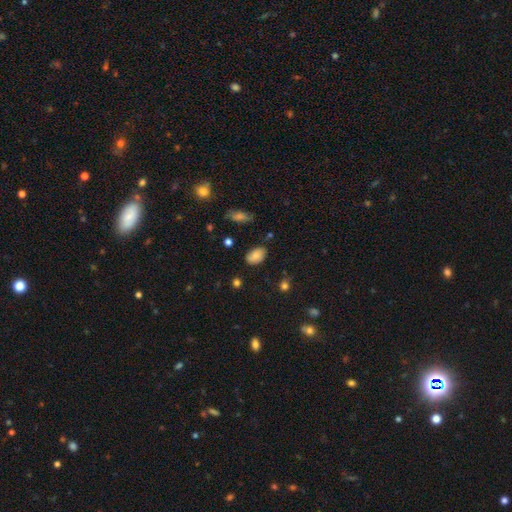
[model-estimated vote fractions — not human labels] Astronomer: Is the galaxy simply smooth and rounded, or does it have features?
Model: smooth — 78%.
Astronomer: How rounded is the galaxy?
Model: in between — 90%.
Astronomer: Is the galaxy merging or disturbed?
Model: none — 75%.